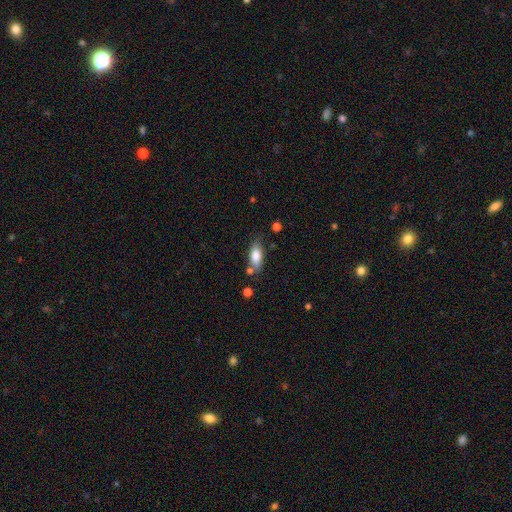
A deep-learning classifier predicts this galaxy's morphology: smooth_or_featured: smooth (p=0.79) [alt: featured or disk p=0.13]
how_rounded: in between (p=0.82) [alt: cigar-shaped p=0.15]
merging: none (p=0.68) [alt: minor disturbance p=0.19]